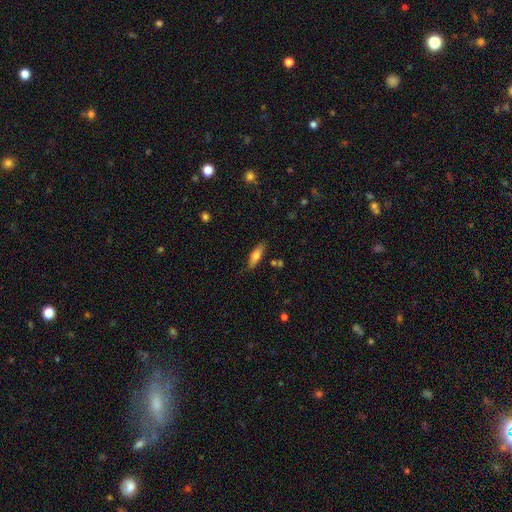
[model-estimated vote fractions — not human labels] The model was most divided on "how rounded": cigar-shaped: 50%, in between: 48%, round: 2%. More confident: merging — none (81%); smooth or featured — smooth (67%).